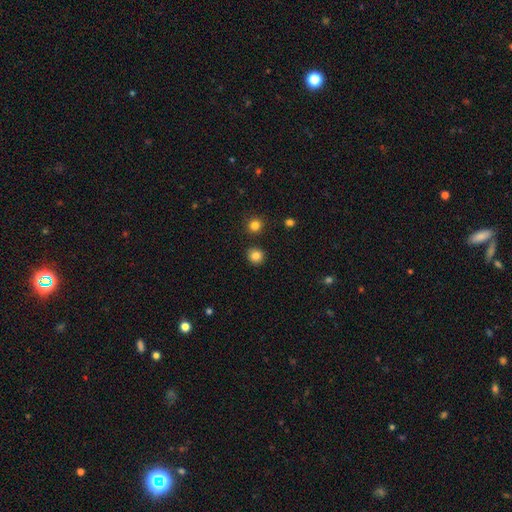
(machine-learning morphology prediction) Smooth or featured?
  - smooth: 84% *
  - star or artifact: 11%
  - featured or disk: 5%
How rounded?
  - round: 90% *
  - in between: 9%
  - cigar-shaped: 1%
Merging?
  - none: 90% *
  - minor disturbance: 6%
  - merger: 3%
  - major disturbance: 2%